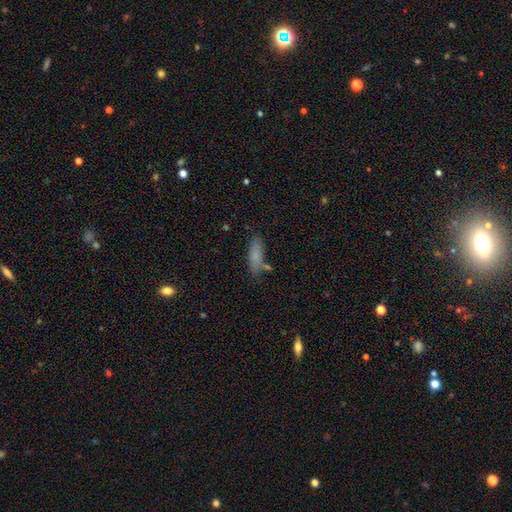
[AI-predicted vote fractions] Smooth or featured?
  - smooth: 76% *
  - featured or disk: 16%
  - star or artifact: 8%
How rounded?
  - in between: 51% *
  - cigar-shaped: 47%
  - round: 2%
Merging?
  - none: 74% *
  - minor disturbance: 16%
  - merger: 7%
  - major disturbance: 4%